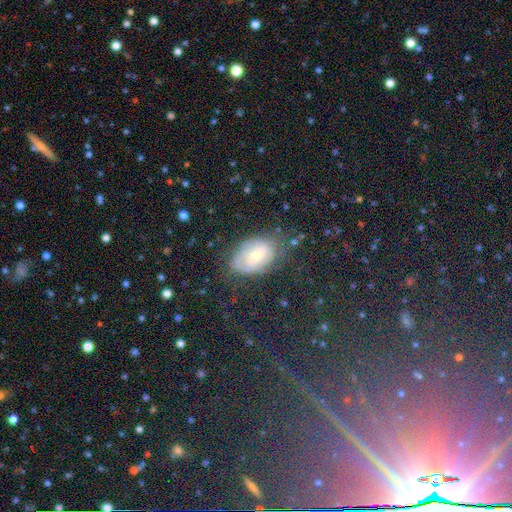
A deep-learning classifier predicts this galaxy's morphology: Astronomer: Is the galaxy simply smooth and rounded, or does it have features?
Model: smooth — 47% (runner-up: featured or disk, 35%).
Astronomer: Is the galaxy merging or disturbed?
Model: none — 66%.